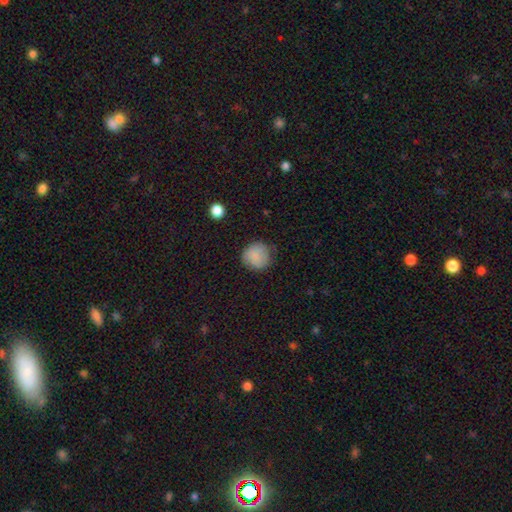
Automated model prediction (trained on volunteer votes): This is clearly a smooth galaxy (84%). How rounded: clearly round (89%). Merging: likely none (76%).